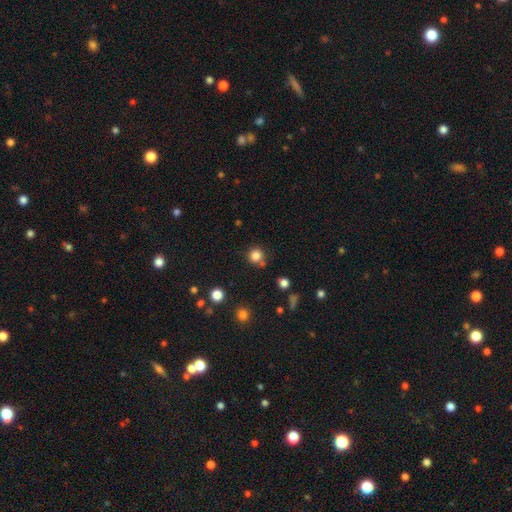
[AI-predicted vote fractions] This appears to be a smooth galaxy with no disk features (83%) that is round (93%). Merging: none (76%).